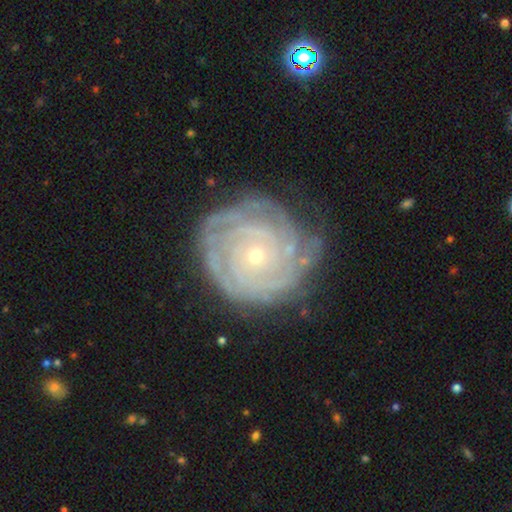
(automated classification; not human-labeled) smooth-or-featured: featured or disk: 83% | smooth: 10% | star or artifact: 7%
  disk-edge-on: no: 97% | yes: 3%
    bar: no: 82% | weak: 14% | strong: 4%
    has-spiral-arms: yes: 94% | no: 6%
      spiral-winding: tight: 85% | medium: 12% | loose: 3%
      spiral-arm-count: can't tell: 35% | 3: 17% | 4: 17% | 2: 14% | more than 4: 10% | 1: 6%
    bulge-size: small: 78% | moderate: 19% | large: 1% | none: 1% | dominant: 1%
  merging: none: 70% | minor disturbance: 20% | major disturbance: 8% | merger: 2%